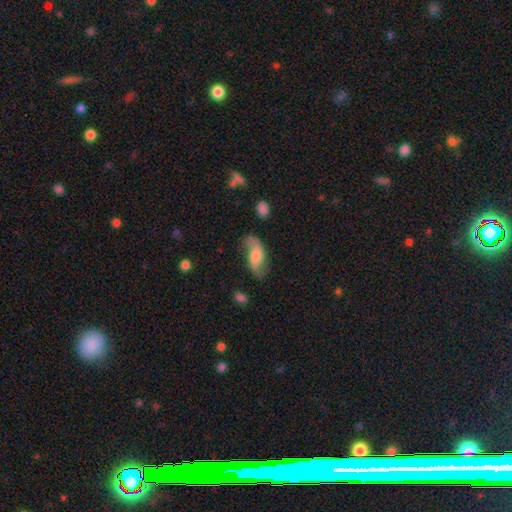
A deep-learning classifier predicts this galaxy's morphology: The model was most divided on "smooth or featured": featured or disk: 54%, smooth: 38%, star or artifact: 7%. More confident: edge-on disk — no (90%); merging — none (63%).